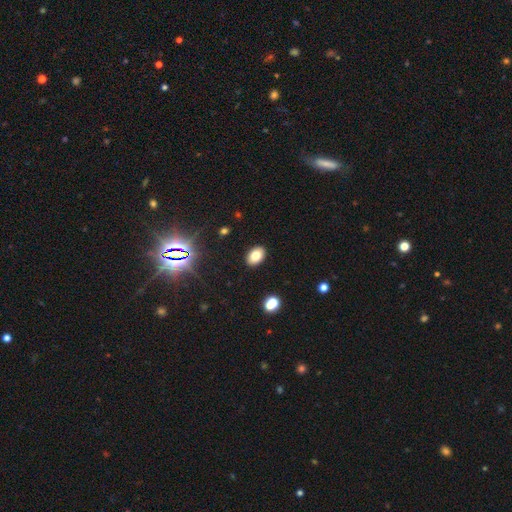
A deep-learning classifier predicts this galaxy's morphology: This appears to be a smooth galaxy with no disk features (78%) that is in between round and cigar-shaped (86%). Merging: none (90%).